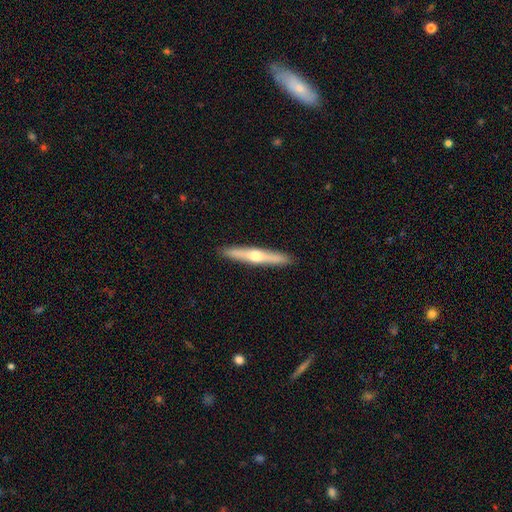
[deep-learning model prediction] This is likely a featured or disk galaxy (64%). It is clearly viewed edge-on (96%). Edge-on bulge: clearly rounded (91%). Merging: clearly none (92%).